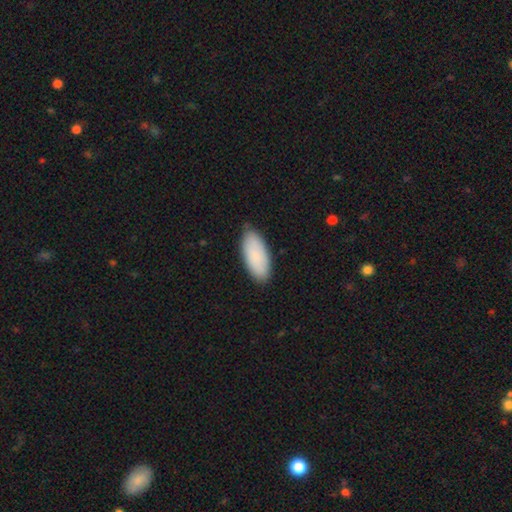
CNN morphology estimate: A smooth galaxy with no disk features (86%) that is in between round and cigar-shaped (87%).

Vote fractions:
- Smooth or featured? smooth: 86% / featured or disk: 8% / star or artifact: 6%
- How rounded? in between: 87% / cigar-shaped: 11% / round: 2%
- Merging? none: 82% / minor disturbance: 15% / major disturbance: 2% / merger: 1%